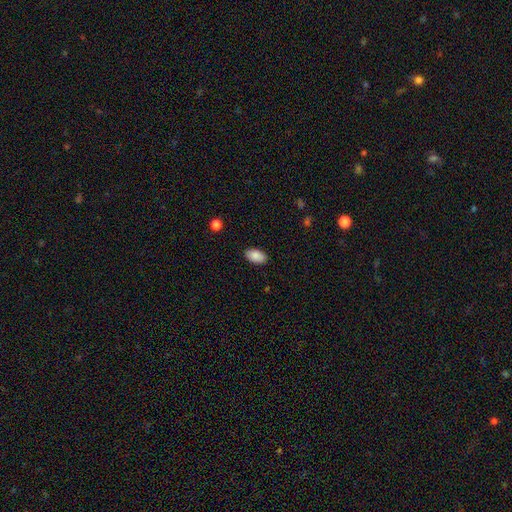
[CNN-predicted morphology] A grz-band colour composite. It shows a smooth galaxy with no disk features (88%) that is in between round and cigar-shaped (94%). Merging: none (88%).